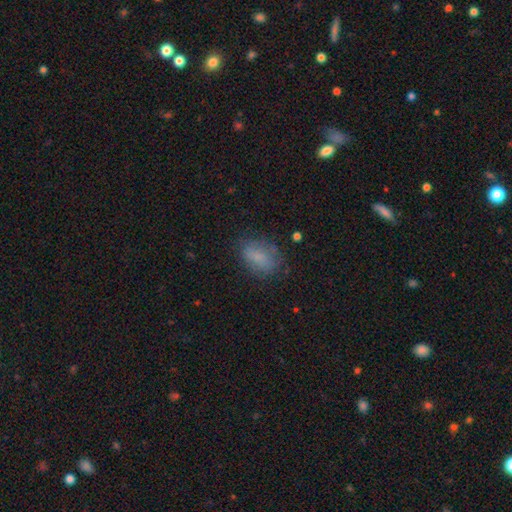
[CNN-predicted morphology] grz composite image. It shows a smooth galaxy with no disk features (77%) that is in between round and cigar-shaped (84%). Merging: none (73%).